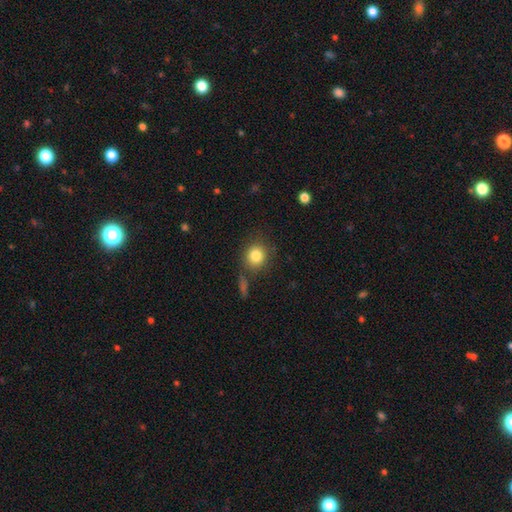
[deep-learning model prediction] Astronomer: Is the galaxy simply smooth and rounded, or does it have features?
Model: smooth — 83%.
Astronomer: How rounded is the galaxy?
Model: round — 83%.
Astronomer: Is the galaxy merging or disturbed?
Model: none — 79%.